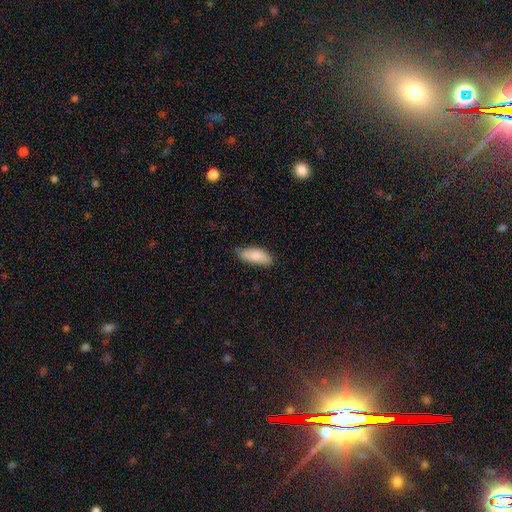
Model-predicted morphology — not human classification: Smooth or featured? Predicted: smooth (p=0.85). How rounded? Predicted: in between (p=0.76). Merging? Predicted: none (p=0.73).